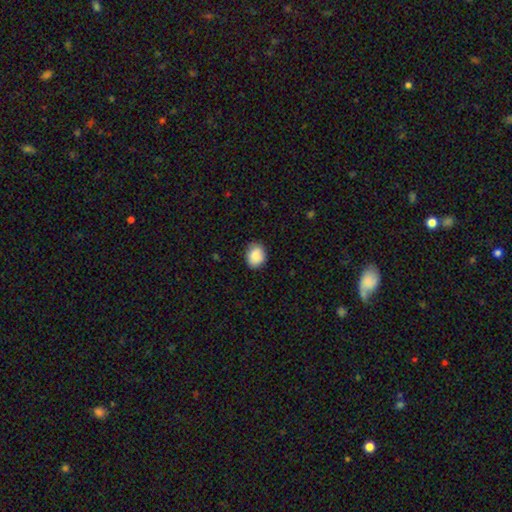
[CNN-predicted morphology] smooth 88%, star or artifact 7%, featured or disk 5%. Down the decision tree: how rounded — round (51%); merging — none (81%).